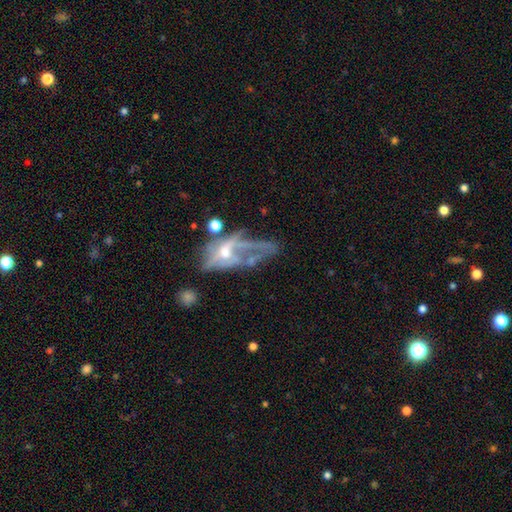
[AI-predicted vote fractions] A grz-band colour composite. It shows a featured or disk galaxy (66%) with no bar (72%), no spiral arms (58%) and a moderate central bulge (46%). Merging: major disturbance (44%).